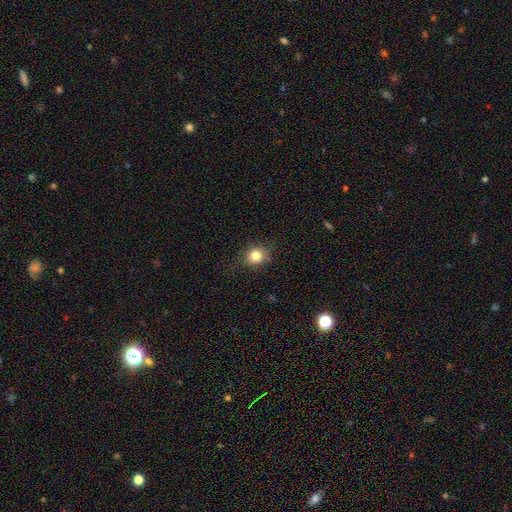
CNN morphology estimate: A smooth galaxy with no disk features (80%) that is round (75%). Merging: none (76%).